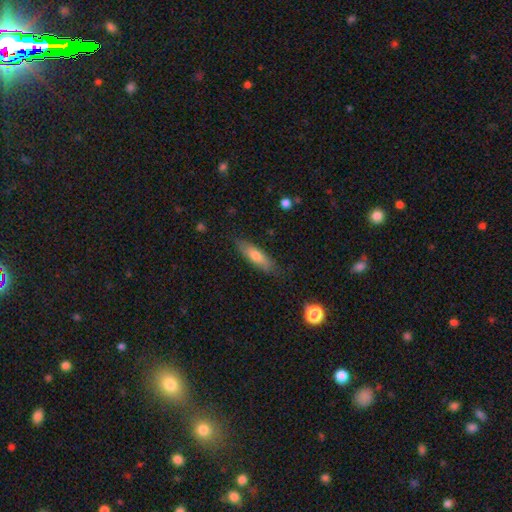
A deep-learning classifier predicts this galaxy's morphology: Smooth or featured? smooth (69%)
How rounded? cigar-shaped (57%)
Merging? none (80%)